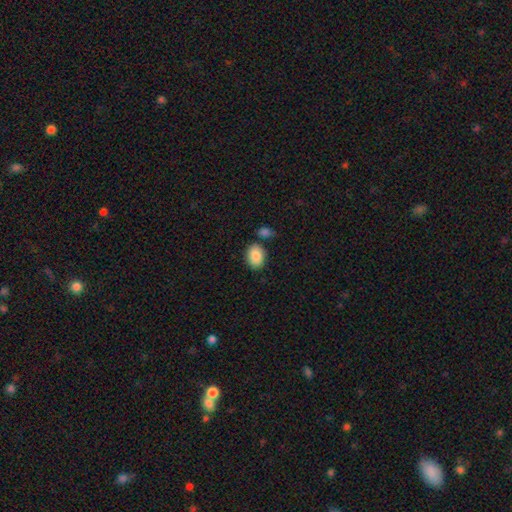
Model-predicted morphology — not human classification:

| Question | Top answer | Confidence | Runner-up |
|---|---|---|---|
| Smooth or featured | smooth | 87% | star or artifact (7%) |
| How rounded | in between | 72% | round (27%) |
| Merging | none | 75% | minor disturbance (12%) |